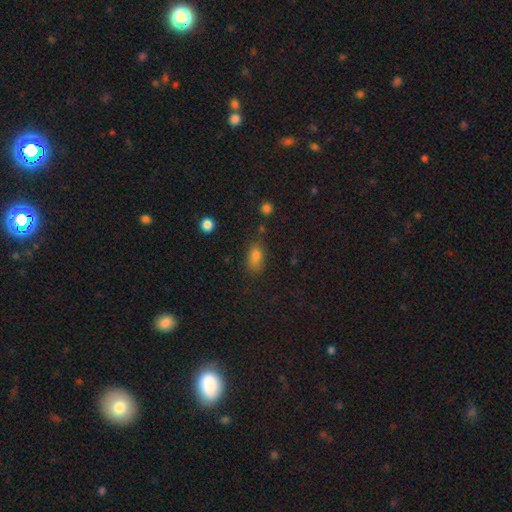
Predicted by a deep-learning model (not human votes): Smooth or featured? smooth (77%)
How rounded? in between (82%)
Merging? none (66%)